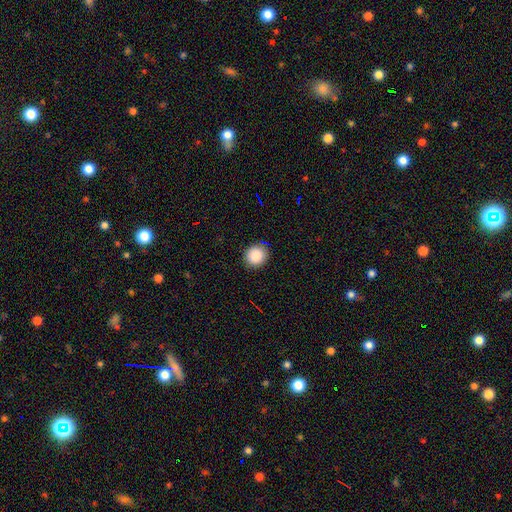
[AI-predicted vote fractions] The model was most divided on "how rounded": round: 83%, in between: 16%, cigar-shaped: 1%. More confident: smooth or featured — smooth (88%); merging — none (87%).